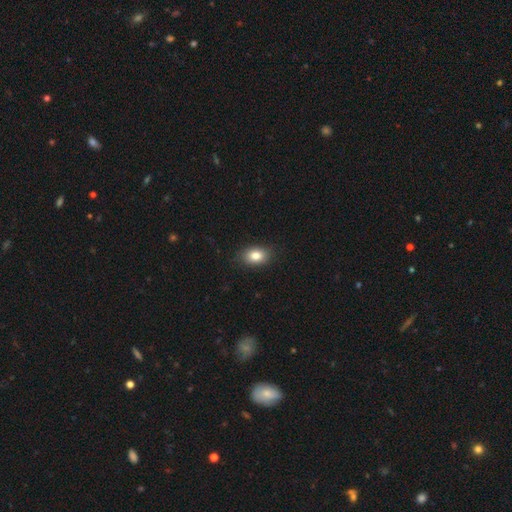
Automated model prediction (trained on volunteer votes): Smooth or featured?
  - smooth: 83% *
  - star or artifact: 9%
  - featured or disk: 8%
How rounded?
  - in between: 81% *
  - round: 18%
  - cigar-shaped: 1%
Merging?
  - none: 86% *
  - minor disturbance: 10%
  - major disturbance: 2%
  - merger: 1%